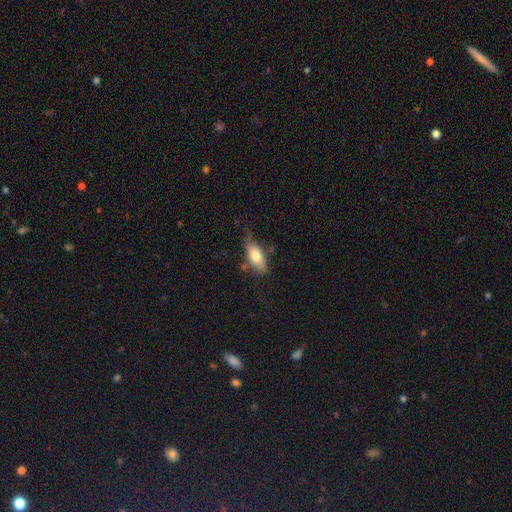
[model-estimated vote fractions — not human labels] The model was most divided on "merging": none: 61%, minor disturbance: 27%, major disturbance: 8%, merger: 4%. More confident: how rounded — in between (82%); smooth or featured — smooth (74%).